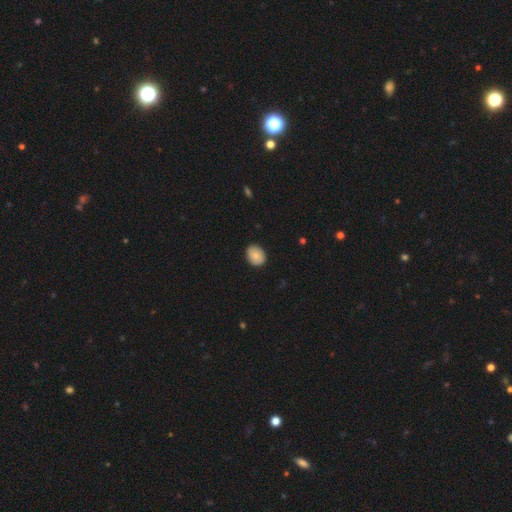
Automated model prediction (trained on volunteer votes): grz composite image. It shows a smooth galaxy with no disk features (83%) that is in between round and cigar-shaped (58%). Merging: none (86%).